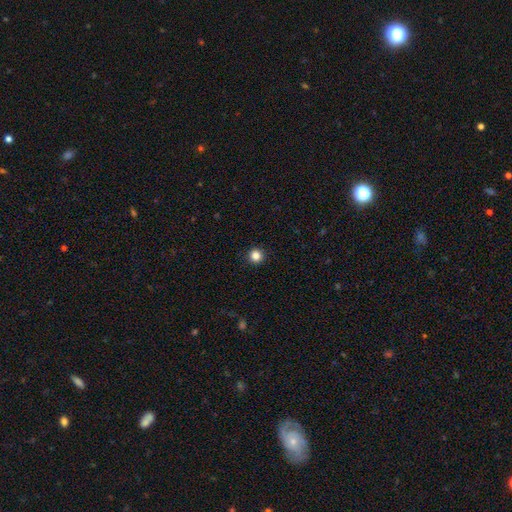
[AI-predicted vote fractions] The model was most divided on "smooth or featured": smooth: 85%, star or artifact: 12%, featured or disk: 4%. More confident: how rounded — round (95%); merging — none (93%).